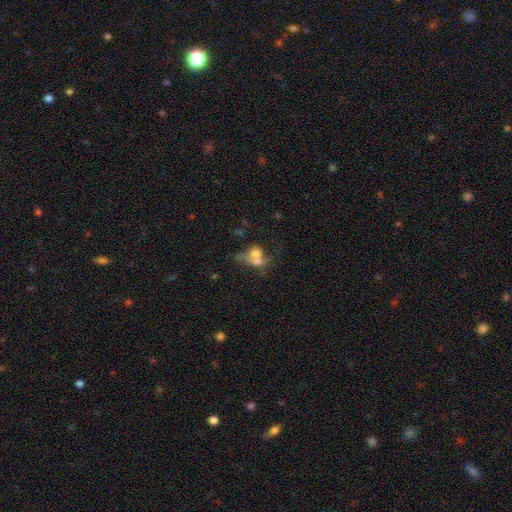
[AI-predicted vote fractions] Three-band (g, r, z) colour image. It shows a smooth galaxy with no disk features (59%) that is round (54%). Merging: merger (61%).